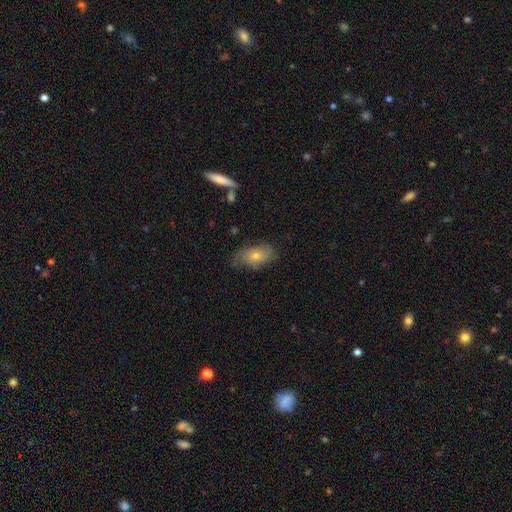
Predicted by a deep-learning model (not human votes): A featured or disk galaxy (46%). Merging: none (65%).